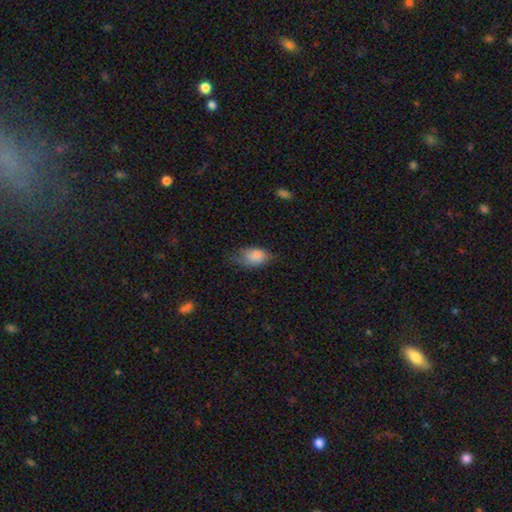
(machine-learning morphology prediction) smooth-or-featured: smooth: 85% | star or artifact: 8% | featured or disk: 7%
  how-rounded: in between: 85% | round: 13% | cigar-shaped: 2%
  merging: none: 52% | minor disturbance: 34% | major disturbance: 12% | merger: 2%